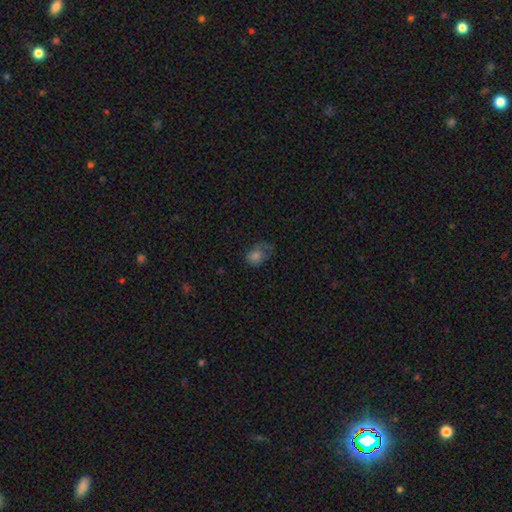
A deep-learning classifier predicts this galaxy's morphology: This appears to be a smooth galaxy with no disk features (64%) that is in between round and cigar-shaped (65%). Merging: none (44%).